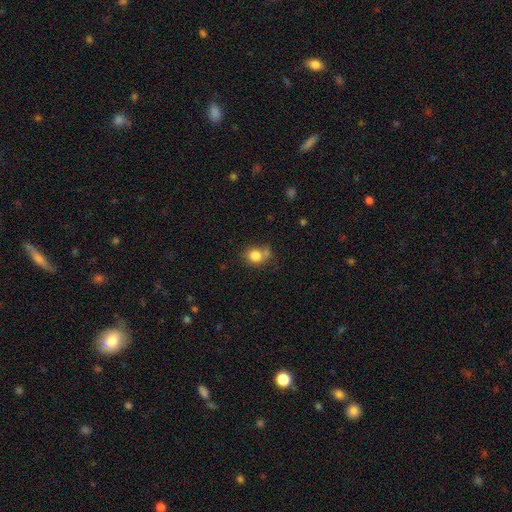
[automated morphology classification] A smooth galaxy with no disk features (82%) that is round (64%). Merging: none (54%).